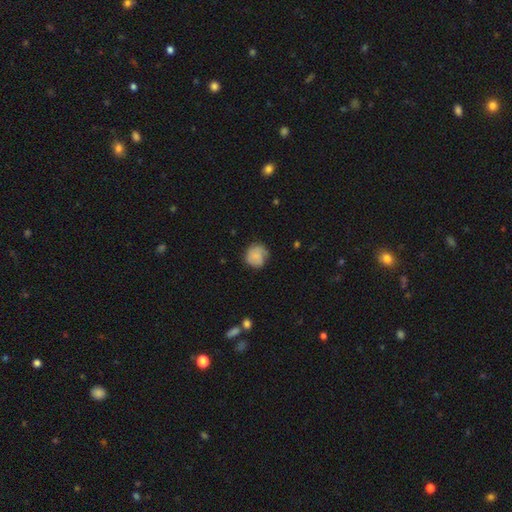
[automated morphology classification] smooth 66%, featured or disk 26%, star or artifact 8%. Down the decision tree: how rounded — round (83%); merging — none (64%).